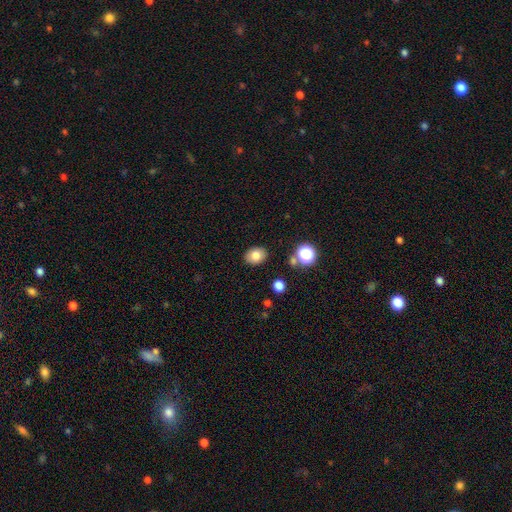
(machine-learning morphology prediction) Smooth or featured?
  - smooth: 81% *
  - star or artifact: 11%
  - featured or disk: 9%
How rounded?
  - in between: 66% *
  - round: 33%
  - cigar-shaped: 1%
Merging?
  - none: 87% *
  - minor disturbance: 9%
  - merger: 2%
  - major disturbance: 2%